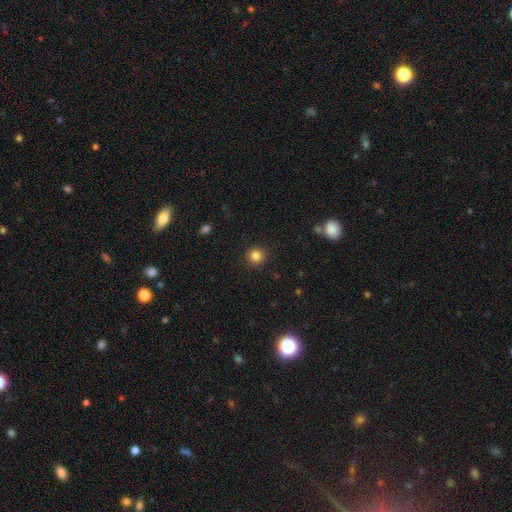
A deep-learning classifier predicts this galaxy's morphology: Smooth or featured? Predicted: smooth (p=0.84). How rounded? Predicted: round (p=0.93). Merging? Predicted: none (p=0.91).